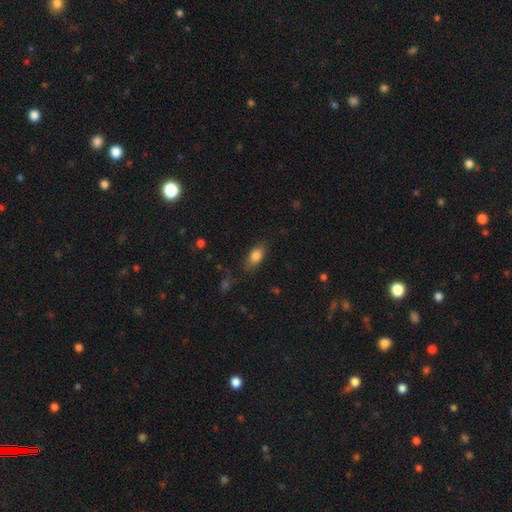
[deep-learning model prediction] smooth_or_featured: smooth (p=0.81) [alt: featured or disk p=0.11]
how_rounded: in between (p=0.83) [alt: cigar-shaped p=0.10]
merging: none (p=0.74) [alt: minor disturbance p=0.19]